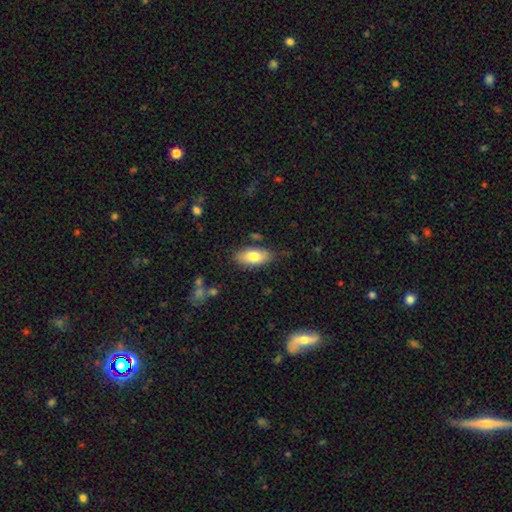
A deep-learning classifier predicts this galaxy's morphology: The model was most divided on "merging": none: 76%, minor disturbance: 17%, major disturbance: 4%, merger: 3%. More confident: how rounded — in between (90%); smooth or featured — smooth (78%).